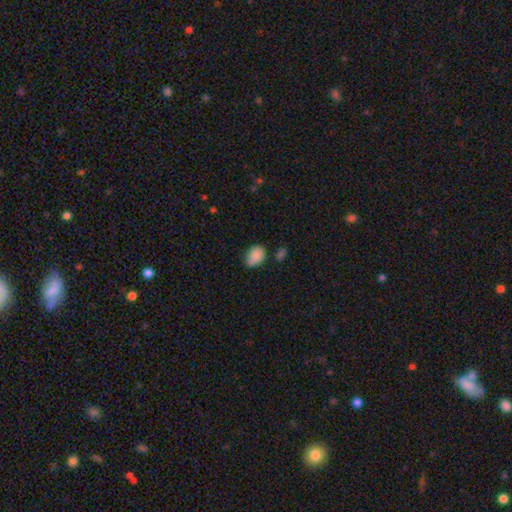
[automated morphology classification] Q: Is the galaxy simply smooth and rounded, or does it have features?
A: smooth — 86%.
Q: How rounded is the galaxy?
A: in between — 76%.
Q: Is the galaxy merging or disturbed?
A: none — 58%.